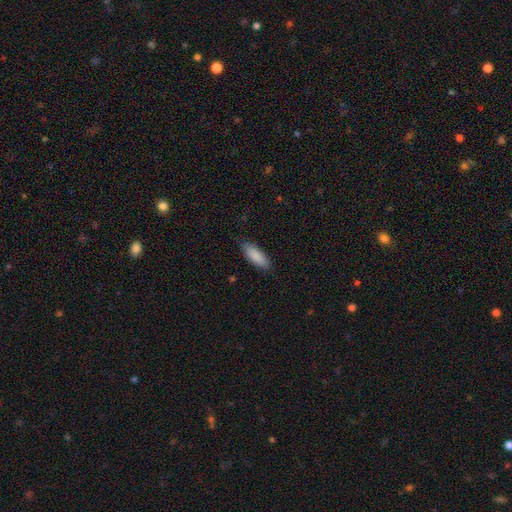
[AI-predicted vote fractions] Q: Smooth or featured?
A: smooth (87%); runner-up: featured or disk (7%)
Q: How rounded?
A: in between (70%); runner-up: cigar-shaped (29%)
Q: Merging?
A: none (84%); runner-up: minor disturbance (13%)